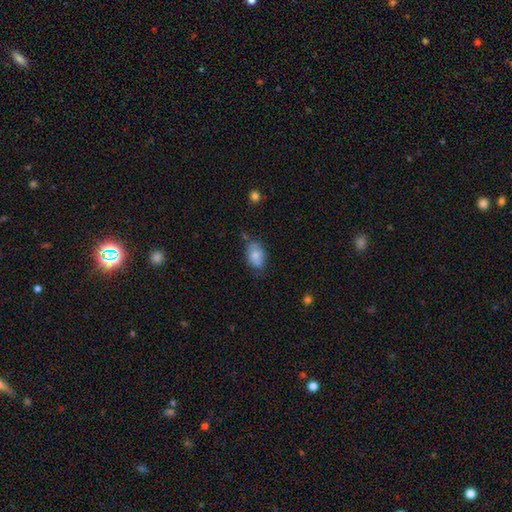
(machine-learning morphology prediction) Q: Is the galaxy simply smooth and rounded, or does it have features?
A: smooth — 70%.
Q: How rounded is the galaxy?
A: in between — 85%.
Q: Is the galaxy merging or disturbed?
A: none — 58%.